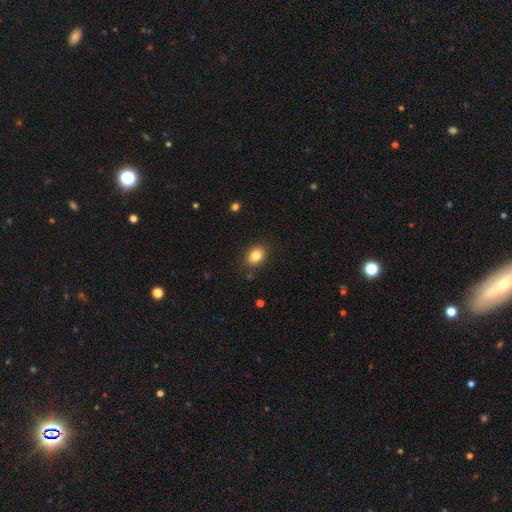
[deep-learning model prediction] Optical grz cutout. It shows a smooth galaxy with no disk features (83%) that is in between round and cigar-shaped (56%). Merging: none (85%).